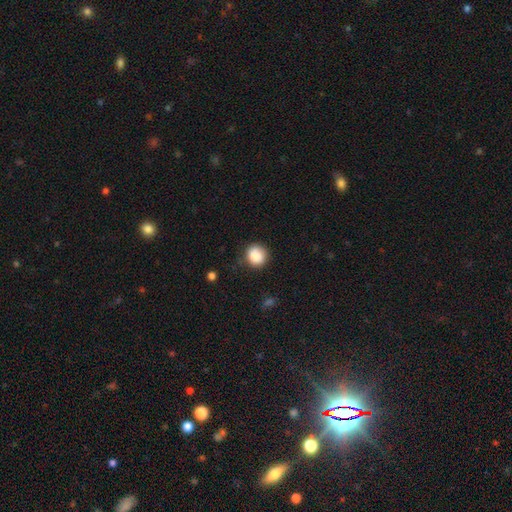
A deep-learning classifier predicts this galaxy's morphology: Smooth or featured? Predicted: smooth (p=0.87). How rounded? Predicted: round (p=0.86). Merging? Predicted: none (p=0.80).